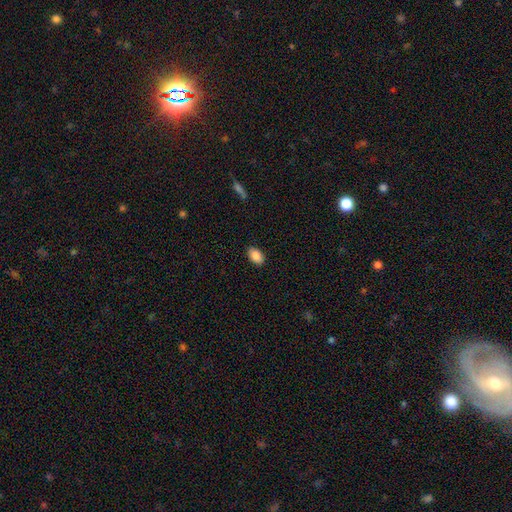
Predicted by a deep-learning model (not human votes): Smooth or featured?
  - smooth: 87% *
  - star or artifact: 7%
  - featured or disk: 6%
How rounded?
  - in between: 91% *
  - round: 8%
  - cigar-shaped: 1%
Merging?
  - none: 89% *
  - minor disturbance: 8%
  - major disturbance: 2%
  - merger: 1%